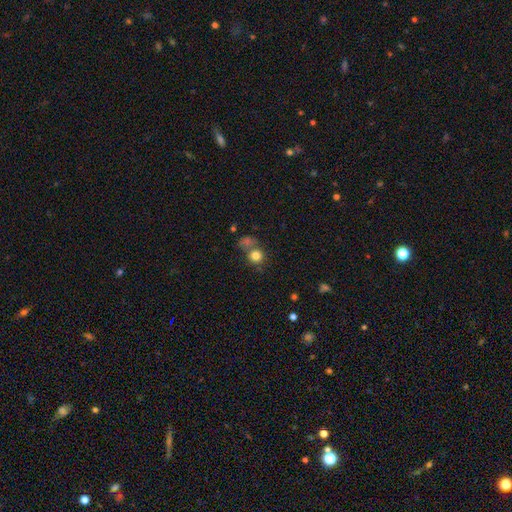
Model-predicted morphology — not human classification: Smooth or featured? smooth (81%)
How rounded? round (88%)
Merging? none (58%)